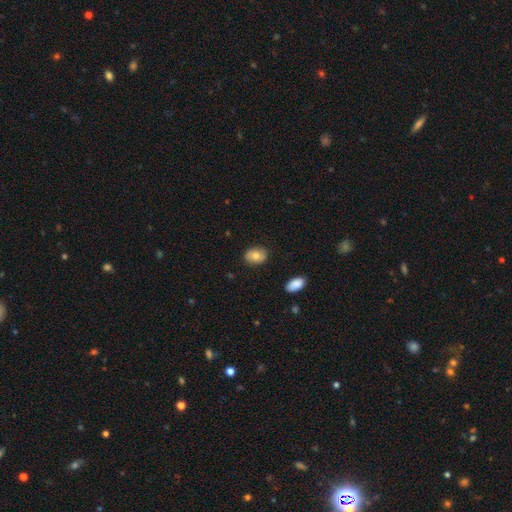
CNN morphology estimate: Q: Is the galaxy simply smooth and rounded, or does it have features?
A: smooth — 77%.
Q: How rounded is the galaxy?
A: in between — 71%.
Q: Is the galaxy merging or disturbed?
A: none — 85%.